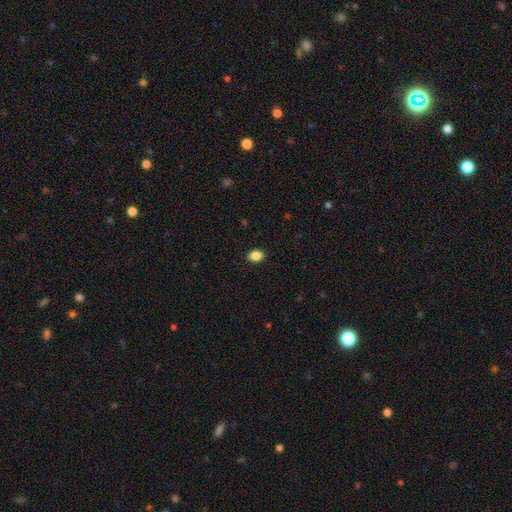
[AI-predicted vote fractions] This appears to be a smooth galaxy with no disk features (87%) that is in between round and cigar-shaped (71%). Merging: none (90%).